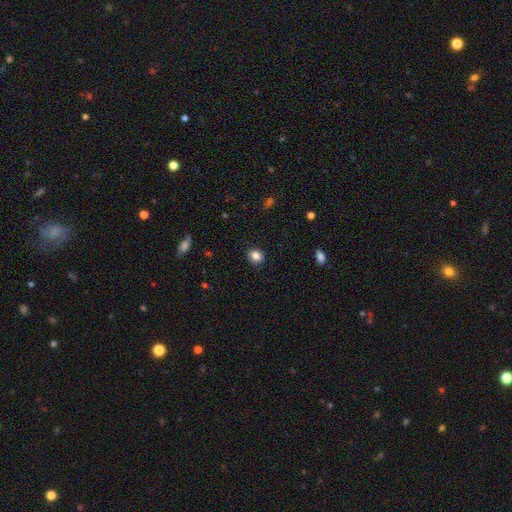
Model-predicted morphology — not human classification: This appears to be a smooth galaxy with no disk features (86%) that is round (68%). Merging: none (89%).